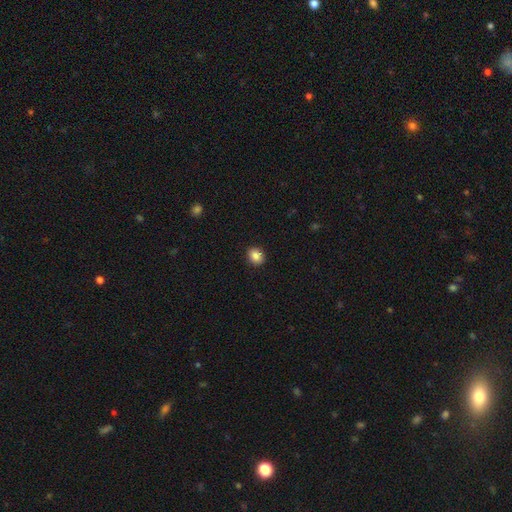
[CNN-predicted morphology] Smooth or featured? Predicted: smooth (p=0.86). How rounded? Predicted: round (p=0.66). Merging? Predicted: none (p=0.91).